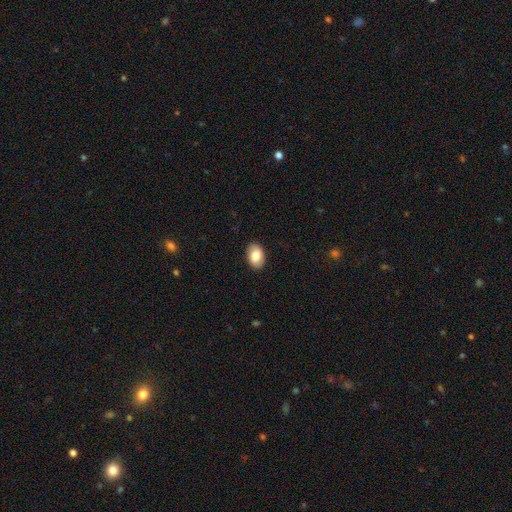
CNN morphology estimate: smooth 83%, featured or disk 11%, star or artifact 7%. Down the decision tree: how rounded — in between (89%); merging — none (90%).